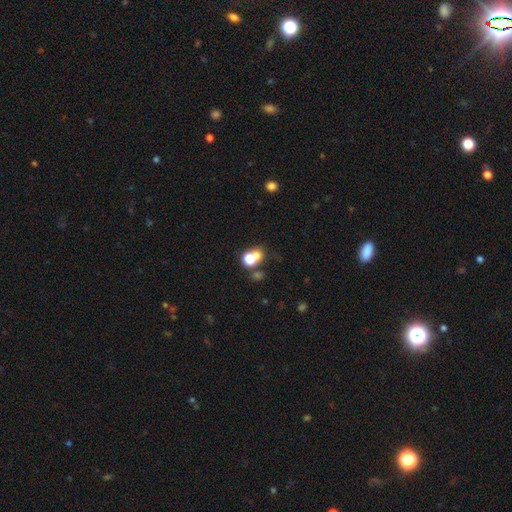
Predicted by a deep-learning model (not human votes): Overall: smooth (67%). How rounded: round (68%; in between 31%). Merging: merger (47%; none 38%).